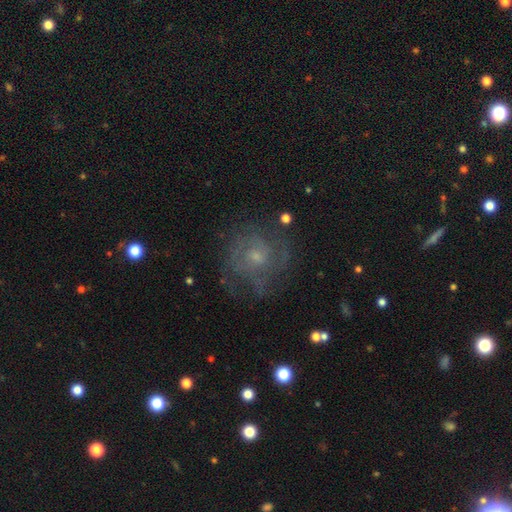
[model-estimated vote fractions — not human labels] The model was most divided on "bulge size": small: 58%, moderate: 32%, none: 6%, large: 2%, dominant: 1%. More confident: edge-on disk — no (98%); spiral arms — yes (76%); bar — no (75%); merging — none (67%); smooth or featured — featured or disk (66%).